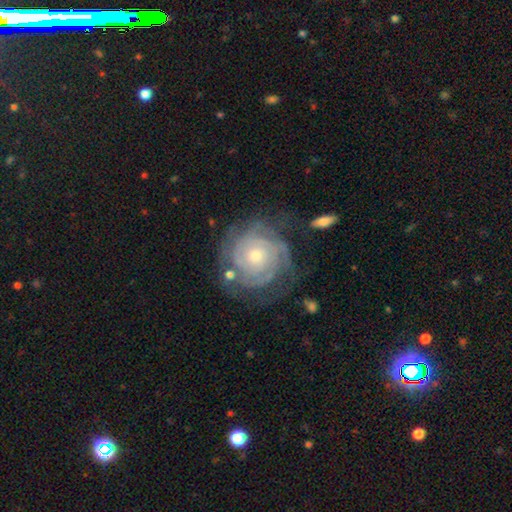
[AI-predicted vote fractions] This is clearly a featured or disk galaxy (84%). It is clearly not viewed edge-on (98%). Bar: likely no (79%). Spiral arm pattern: clearly yes (94%). Spiral arm count: marginally can't tell (38%). Spiral winding: likely tight (80%). Central bulge: possibly moderate (48%). Merging: likely none (67%).